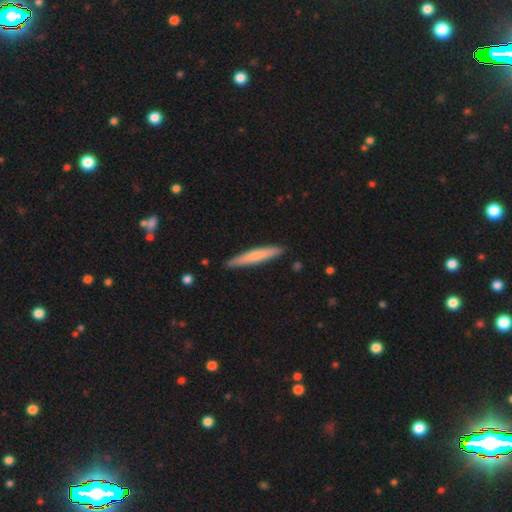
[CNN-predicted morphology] A smooth galaxy with no disk features (71%) that is cigar-shaped (94%). Merging: none (89%).